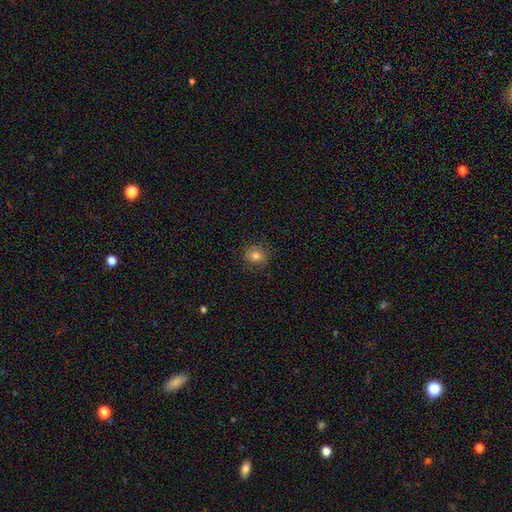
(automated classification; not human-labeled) Smooth or featured? Predicted: smooth (p=0.78). How rounded? Predicted: round (p=0.80). Merging? Predicted: none (p=0.84).